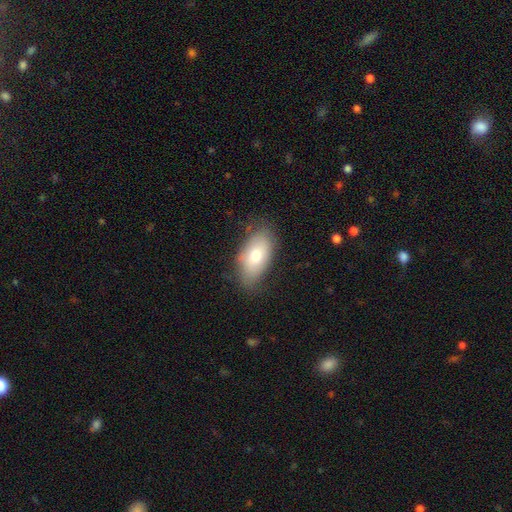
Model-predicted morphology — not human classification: Q: Smooth or featured?
A: smooth (70%); runner-up: featured or disk (22%)
Q: How rounded?
A: in between (92%); runner-up: round (5%)
Q: Merging?
A: none (75%); runner-up: minor disturbance (19%)